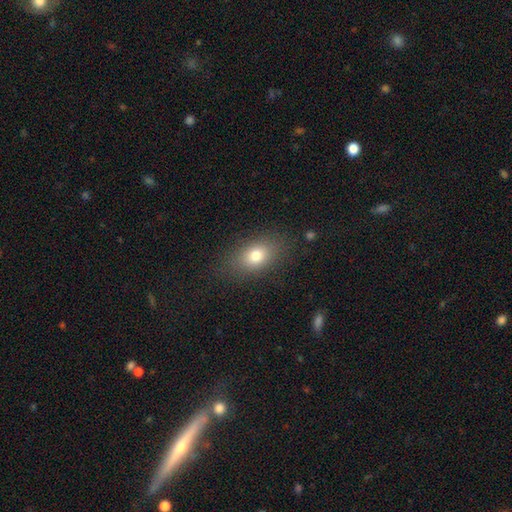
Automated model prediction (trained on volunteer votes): smooth-or-featured: smooth: 77% | featured or disk: 12% | star or artifact: 11%
  how-rounded: in between: 78% | round: 20% | cigar-shaped: 2%
  merging: none: 83% | minor disturbance: 11% | major disturbance: 5% | merger: 1%